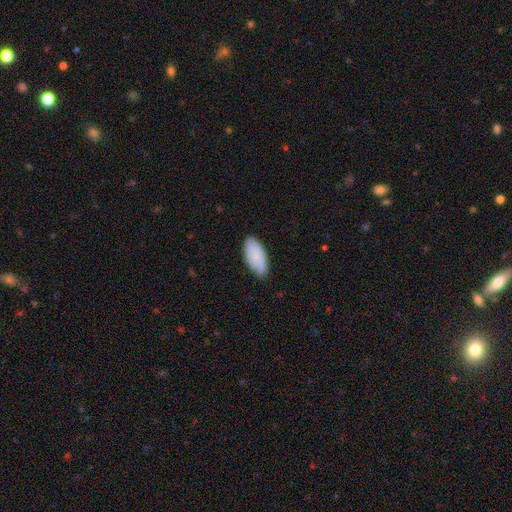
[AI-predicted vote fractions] Q: Smooth or featured?
A: smooth (79%); runner-up: featured or disk (15%)
Q: How rounded?
A: in between (93%); runner-up: cigar-shaped (6%)
Q: Merging?
A: none (75%); runner-up: minor disturbance (21%)